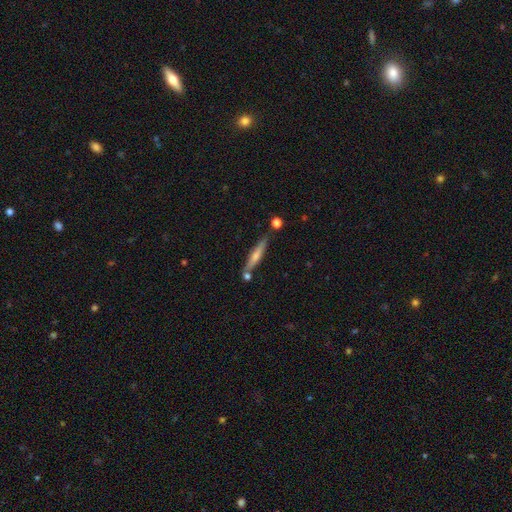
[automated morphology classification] smooth-or-featured: smooth: 51% | featured or disk: 43% | star or artifact: 6%
  how-rounded: cigar-shaped: 91% | in between: 7% | round: 2%
  merging: none: 74% | minor disturbance: 14% | merger: 10% | major disturbance: 3%